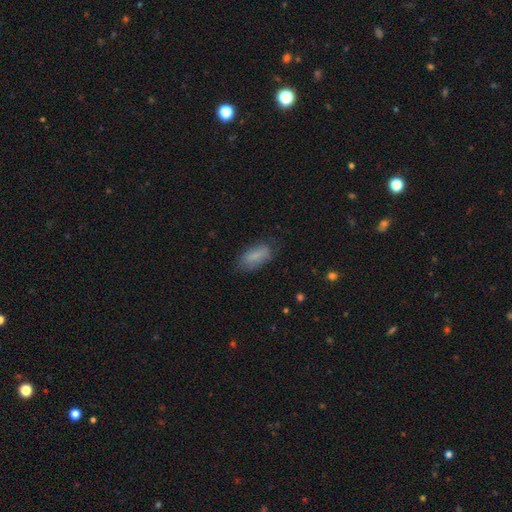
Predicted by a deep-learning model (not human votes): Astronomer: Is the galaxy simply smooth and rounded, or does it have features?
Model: smooth — 82%.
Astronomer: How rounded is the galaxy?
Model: in between — 84%.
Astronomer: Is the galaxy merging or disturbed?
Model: none — 73%.